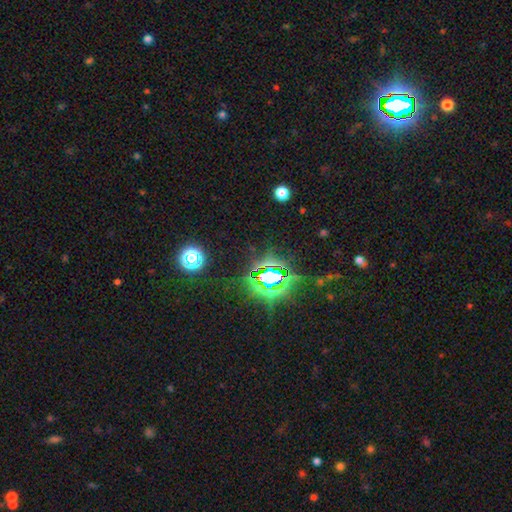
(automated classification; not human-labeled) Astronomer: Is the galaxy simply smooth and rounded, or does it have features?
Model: star or artifact — 84%.